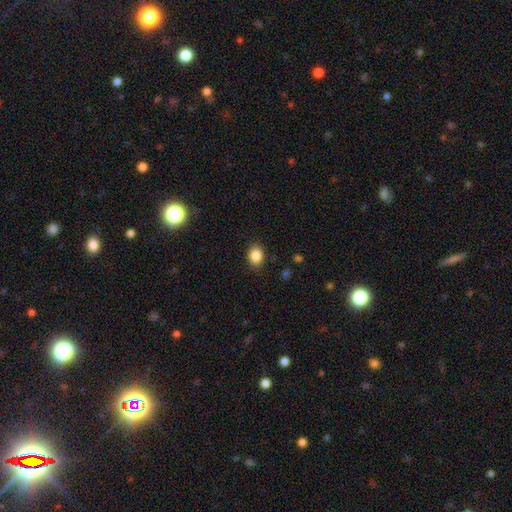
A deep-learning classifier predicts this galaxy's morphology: Smooth or featured? Predicted: smooth (p=0.86). How rounded? Predicted: in between (p=0.55). Merging? Predicted: none (p=0.87).